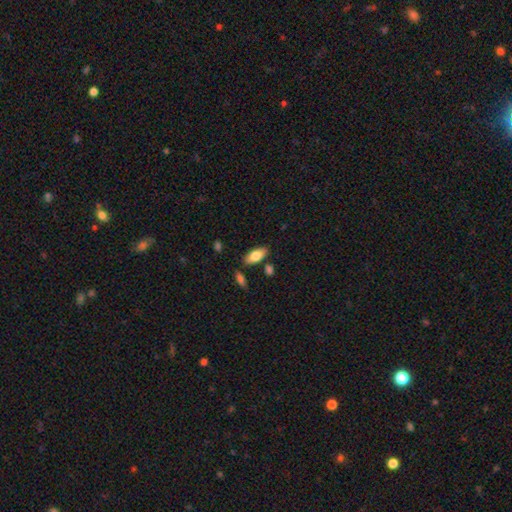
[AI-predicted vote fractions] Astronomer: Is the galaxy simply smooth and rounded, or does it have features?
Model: smooth — 78%.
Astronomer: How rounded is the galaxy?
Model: in between — 89%.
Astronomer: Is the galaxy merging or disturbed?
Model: none — 80%.